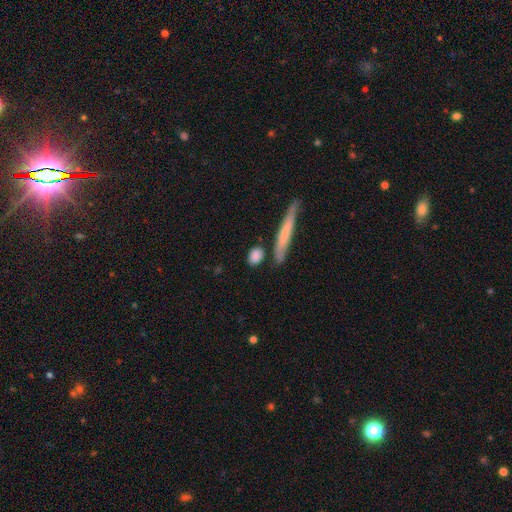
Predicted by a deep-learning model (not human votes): Smooth or featured? smooth (83%)
How rounded? in between (38%)
Merging? none (74%)